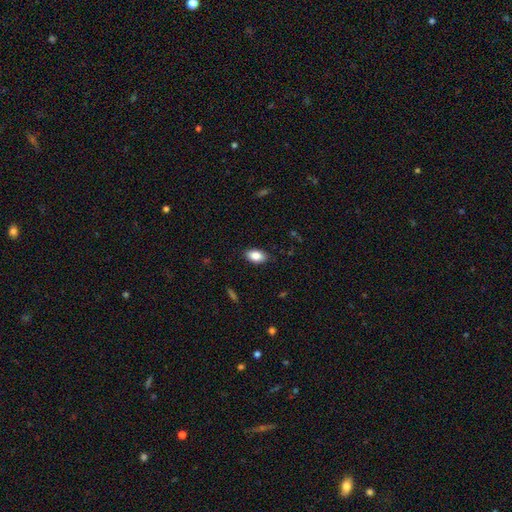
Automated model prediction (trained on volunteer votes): Smooth or featured? smooth (85%)
How rounded? in between (91%)
Merging? none (87%)